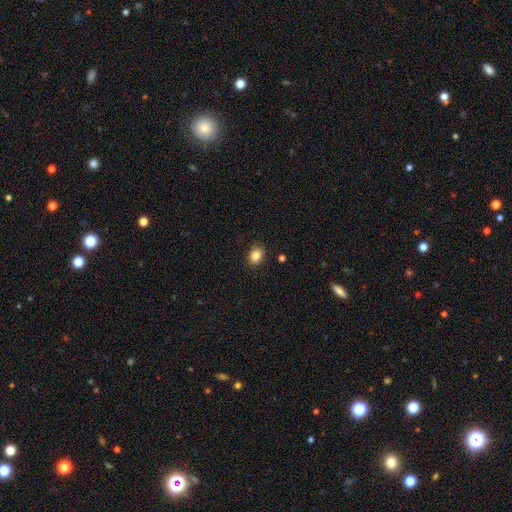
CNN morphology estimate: The model was most divided on "how rounded": in between: 65%, round: 34%, cigar-shaped: 1%. More confident: merging — none (88%); smooth or featured — smooth (85%).